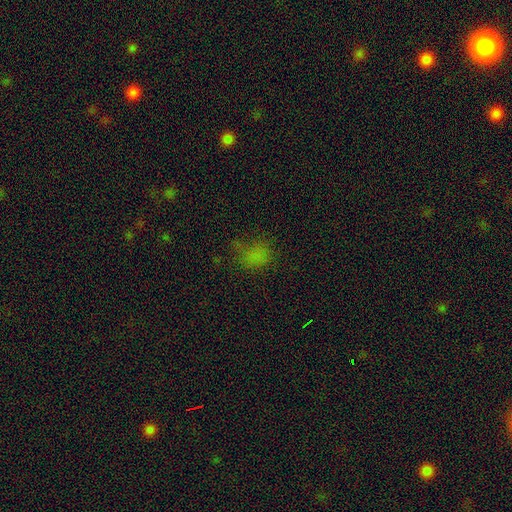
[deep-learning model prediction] smooth_or_featured: smooth (p=0.60) [alt: star or artifact p=0.29]
how_rounded: in between (p=0.50) [alt: round p=0.48]
merging: none (p=0.55) [alt: minor disturbance p=0.22]